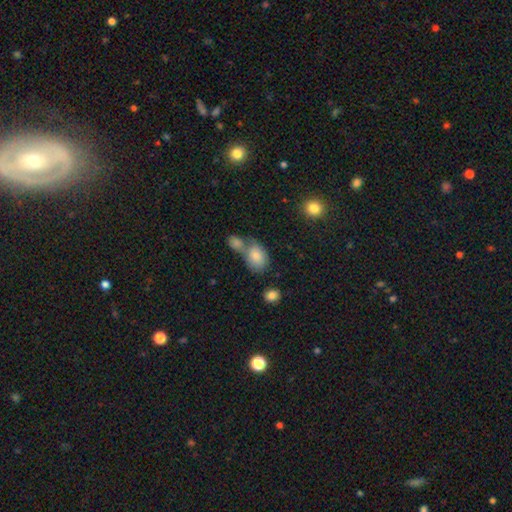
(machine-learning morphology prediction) Smooth or featured? smooth (83%)
How rounded? in between (74%)
Merging? merger (48%)